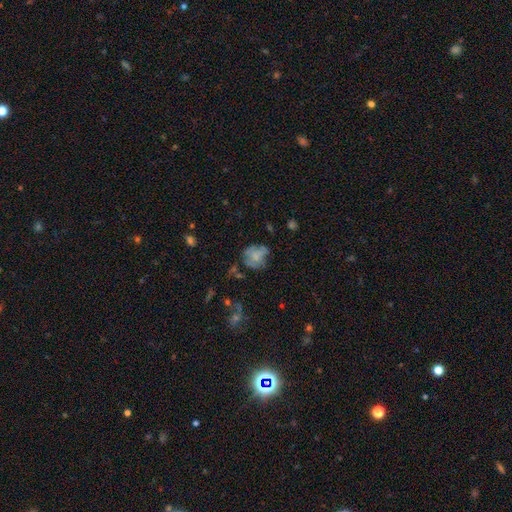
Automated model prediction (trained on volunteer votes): A smooth galaxy with no disk features (51%) that is round (60%).

Vote fractions:
- Smooth or featured? smooth: 51% / featured or disk: 37% / star or artifact: 12%
- How rounded? round: 60% / in between: 39% / cigar-shaped: 1%
- Merging? none: 48% / minor disturbance: 25% / major disturbance: 20% / merger: 6%